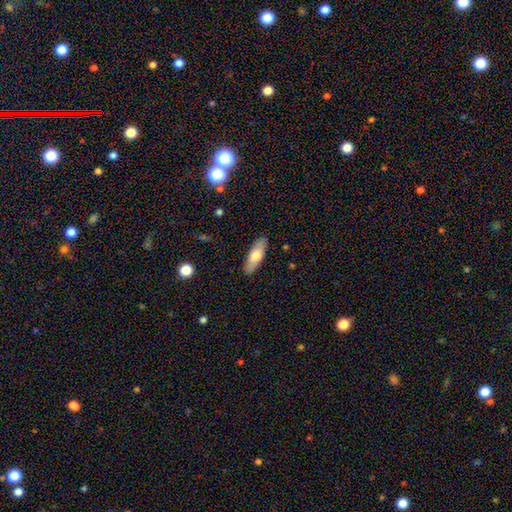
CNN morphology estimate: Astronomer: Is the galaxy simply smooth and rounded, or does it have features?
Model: smooth — 67%.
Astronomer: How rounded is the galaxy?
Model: in between — 60% (runner-up: cigar-shaped, 38%).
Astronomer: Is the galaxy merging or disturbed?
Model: none — 87%.